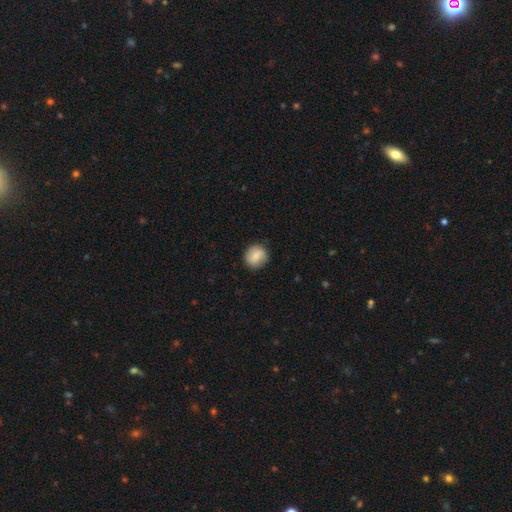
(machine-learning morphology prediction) A smooth galaxy with no disk features (78%) that is round (87%).

Vote fractions:
- Smooth or featured? smooth: 78% / featured or disk: 15% / star or artifact: 7%
- How rounded? round: 87% / in between: 12% / cigar-shaped: 1%
- Merging? none: 86% / minor disturbance: 11% / major disturbance: 3% / merger: 1%